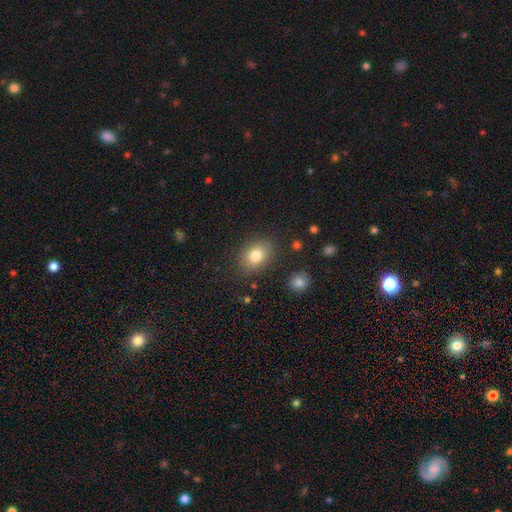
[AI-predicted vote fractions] A smooth galaxy with no disk features (80%) that is in between round and cigar-shaped (65%). Merging: none (84%).